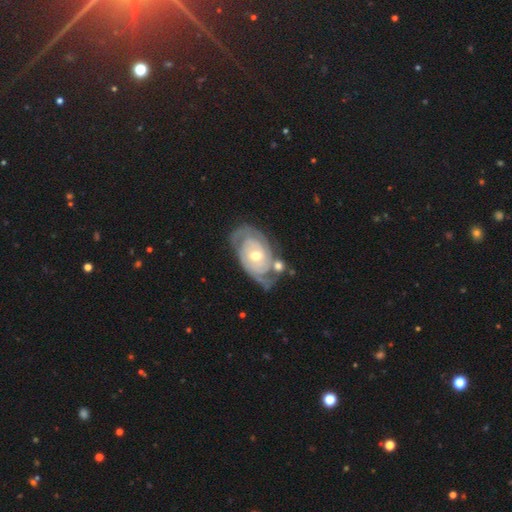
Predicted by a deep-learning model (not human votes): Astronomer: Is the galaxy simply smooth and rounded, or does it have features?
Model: featured or disk — 86%.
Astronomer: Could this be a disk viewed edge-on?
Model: no — 96%.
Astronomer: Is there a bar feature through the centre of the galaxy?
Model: no — 67%.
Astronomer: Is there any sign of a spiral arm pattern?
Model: yes — 94%.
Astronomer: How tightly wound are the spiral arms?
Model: tight — 72%.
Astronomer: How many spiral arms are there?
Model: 2 — 58%.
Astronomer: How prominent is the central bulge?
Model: moderate — 62%.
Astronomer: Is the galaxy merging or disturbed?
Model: none — 57%.